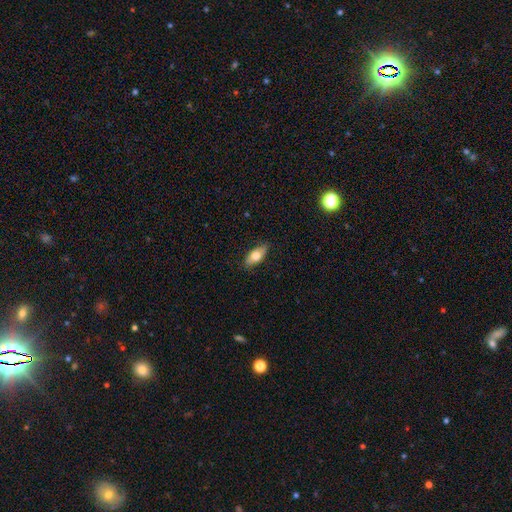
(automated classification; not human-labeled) smooth-or-featured: smooth: 67% | featured or disk: 27% | star or artifact: 7%
  how-rounded: in between: 83% | cigar-shaped: 13% | round: 4%
  merging: none: 82% | minor disturbance: 14% | major disturbance: 2% | merger: 1%